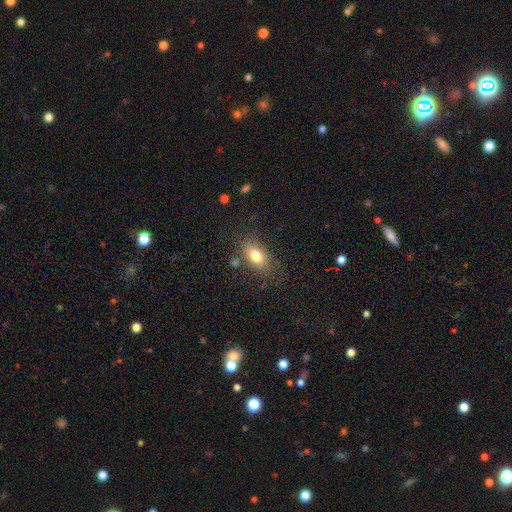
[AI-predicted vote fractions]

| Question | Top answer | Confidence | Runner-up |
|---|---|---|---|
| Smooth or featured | smooth | 78% | featured or disk (13%) |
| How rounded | in between | 86% | round (11%) |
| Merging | none | 74% | minor disturbance (16%) |